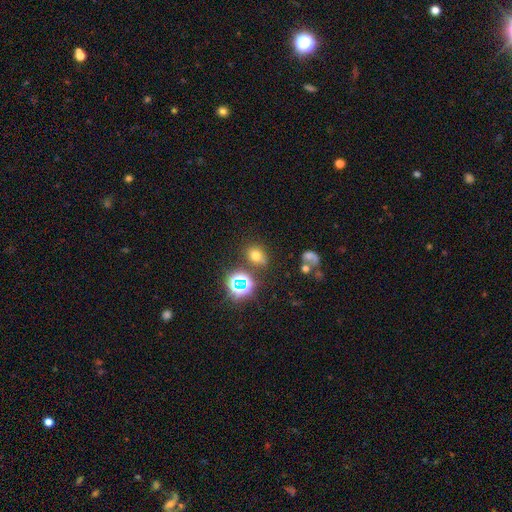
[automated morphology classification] Smooth or featured? Predicted: smooth (p=0.65). How rounded? Predicted: in between (p=0.51). Merging? Predicted: none (p=0.74).